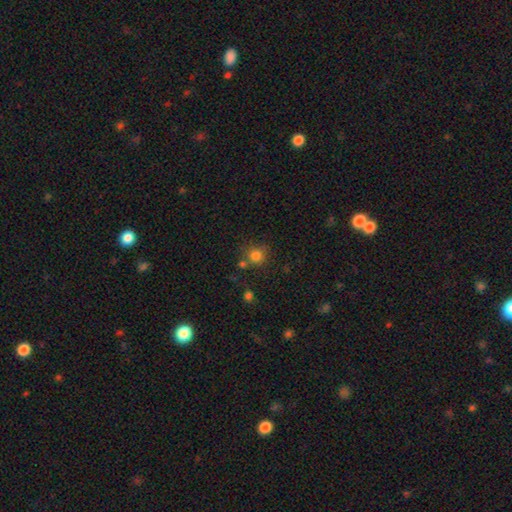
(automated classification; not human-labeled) Q: Smooth or featured?
A: smooth (81%); runner-up: star or artifact (13%)
Q: How rounded?
A: round (89%); runner-up: in between (10%)
Q: Merging?
A: none (67%); runner-up: merger (15%)